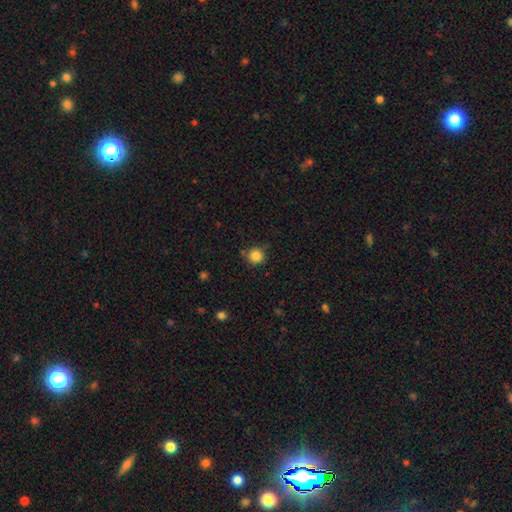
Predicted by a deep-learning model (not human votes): A smooth galaxy with no disk features (85%) that is round (94%). Merging: none (82%).